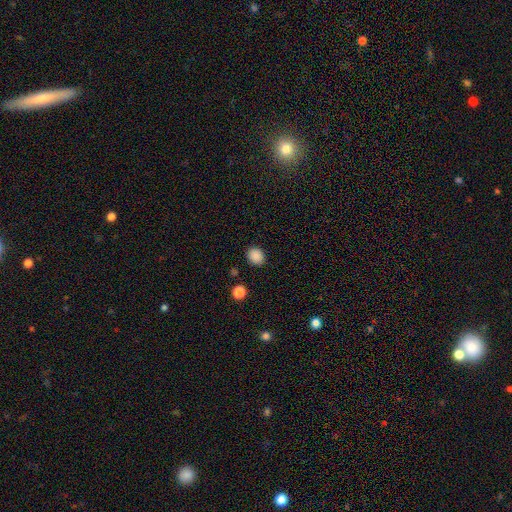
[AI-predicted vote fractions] This is clearly a smooth galaxy (87%). How rounded: possibly round (59%). Merging: clearly none (88%).